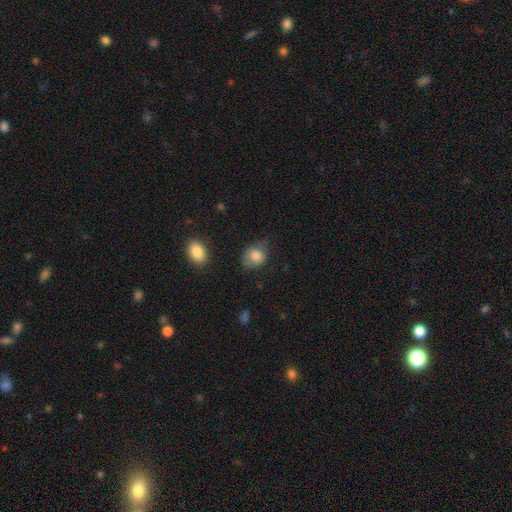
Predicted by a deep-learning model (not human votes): The model was most divided on "how rounded": round: 51%, in between: 48%, cigar-shaped: 1%. More confident: smooth or featured — smooth (81%); merging — none (53%).